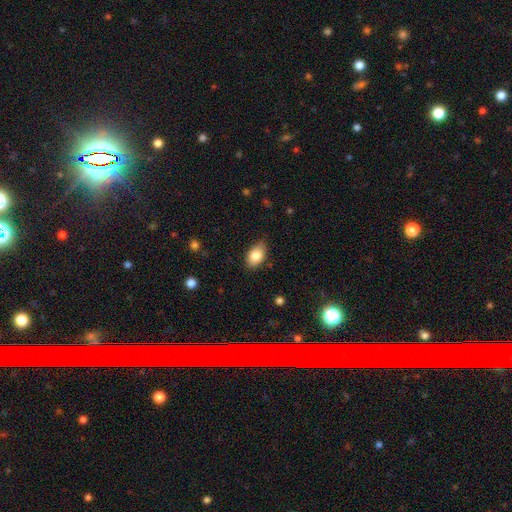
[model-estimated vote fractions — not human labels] Q: Smooth or featured?
A: smooth (84%); runner-up: featured or disk (9%)
Q: How rounded?
A: in between (91%); runner-up: round (7%)
Q: Merging?
A: none (81%); runner-up: minor disturbance (15%)